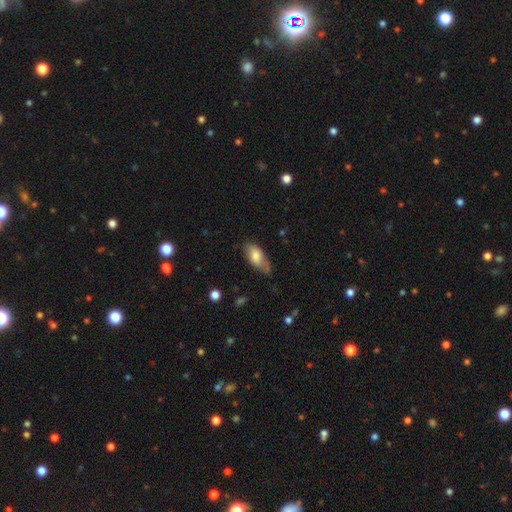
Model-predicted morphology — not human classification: This is likely a smooth galaxy (75%). How rounded: clearly in between (89%). Merging: possibly none (59%).